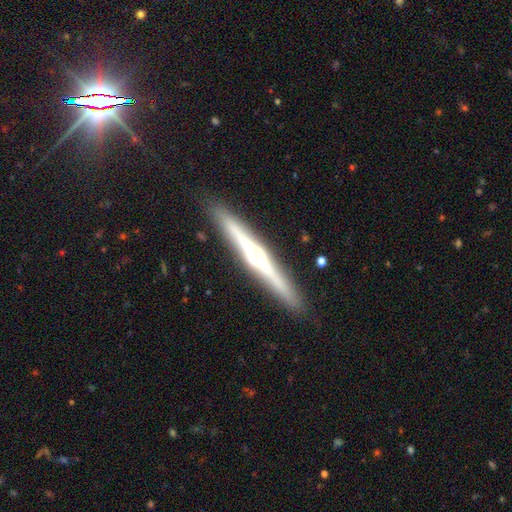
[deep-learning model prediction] Smooth or featured? featured or disk (77%)
Edge-on disk? yes (98%)
Edge-on bulge? rounded (84%)
Merging? none (91%)